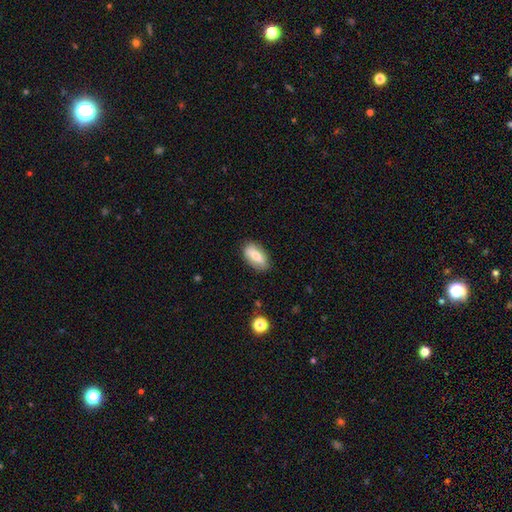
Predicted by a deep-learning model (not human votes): Smooth or featured: smooth — 64% (featured or disk — 29%)
How rounded: in between — 85% (cigar-shaped — 11%)
Merging: none — 84% (minor disturbance — 12%)